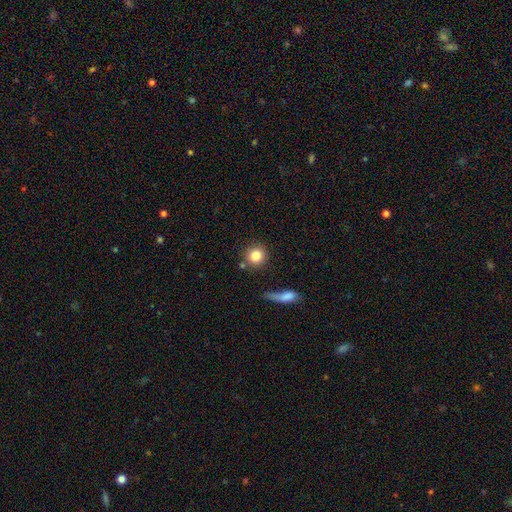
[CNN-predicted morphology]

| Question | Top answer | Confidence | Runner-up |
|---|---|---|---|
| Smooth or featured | smooth | 82% | star or artifact (9%) |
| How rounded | round | 92% | in between (7%) |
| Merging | none | 79% | minor disturbance (9%) |